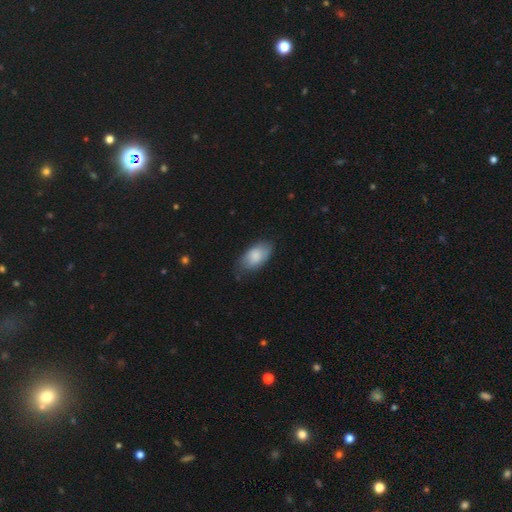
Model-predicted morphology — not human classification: The model was most divided on "merging": none: 68%, minor disturbance: 25%, major disturbance: 5%, merger: 1%. More confident: how rounded — in between (94%); smooth or featured — smooth (82%).